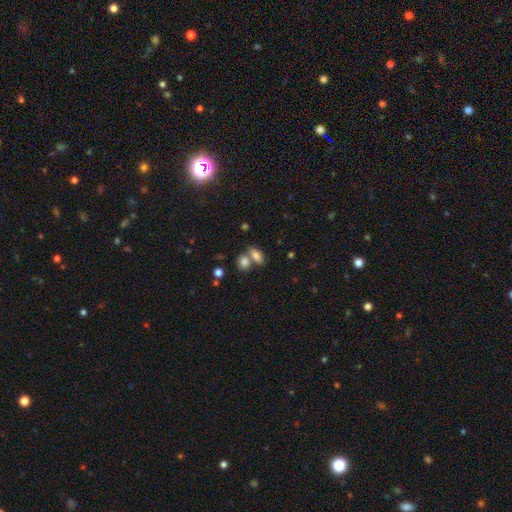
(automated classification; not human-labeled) The model was most divided on "merging": none: 44%, merger: 42%, minor disturbance: 10%, major disturbance: 4%. More confident: how rounded — in between (83%); smooth or featured — smooth (82%).